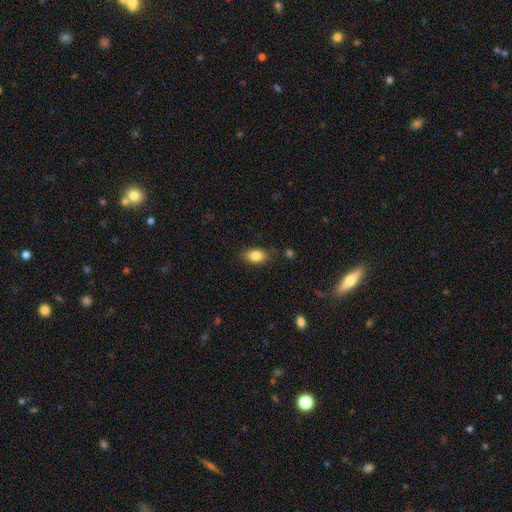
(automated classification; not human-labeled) The model was most divided on "merging": none: 80%, minor disturbance: 14%, major disturbance: 3%, merger: 2%. More confident: smooth or featured — smooth (86%); how rounded — in between (84%).